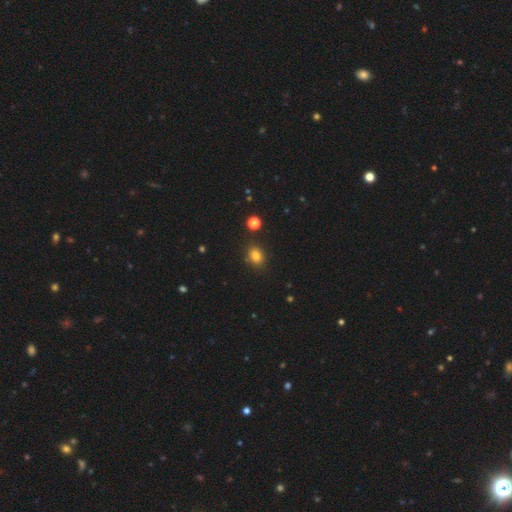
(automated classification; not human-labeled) Morphology: type=smooth (81%); roundness=in between (61%); merging=none (84%).